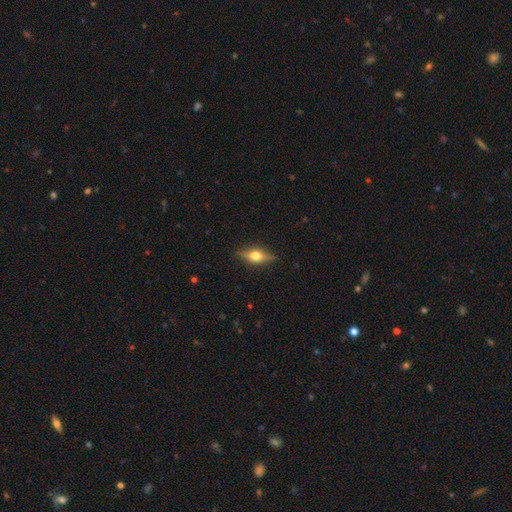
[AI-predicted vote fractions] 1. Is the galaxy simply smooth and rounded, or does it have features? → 49% featured or disk, 43% smooth, 7% star or artifact.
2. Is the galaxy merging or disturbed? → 87% none, 10% minor disturbance, 2% major disturbance, 1% merger.